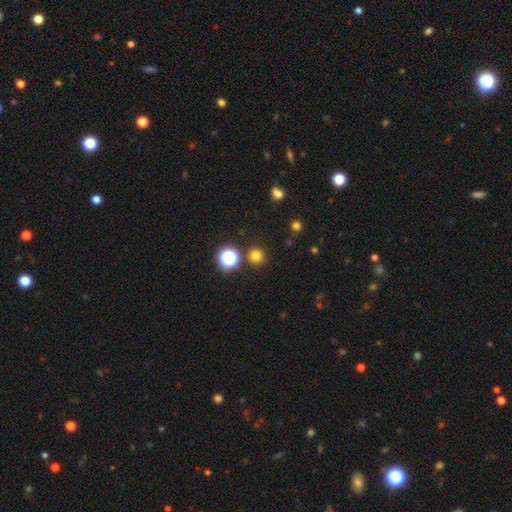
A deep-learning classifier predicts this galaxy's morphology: Smooth or featured: smooth — 76% (star or artifact — 19%)
How rounded: round — 94% (in between — 5%)
Merging: none — 88% (minor disturbance — 5%)